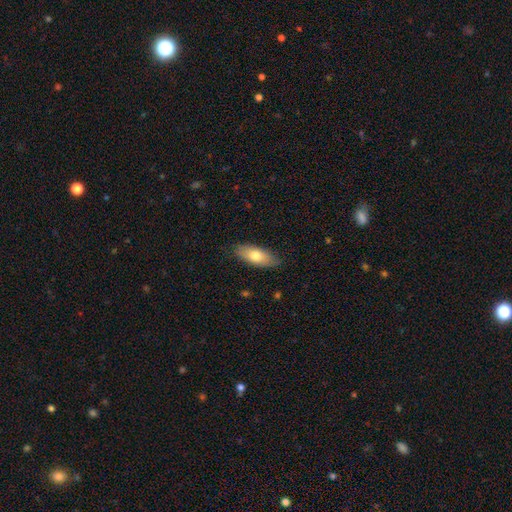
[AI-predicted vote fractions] Smooth or featured? Predicted: smooth (p=0.72). How rounded? Predicted: in between (p=0.79). Merging? Predicted: none (p=0.86).